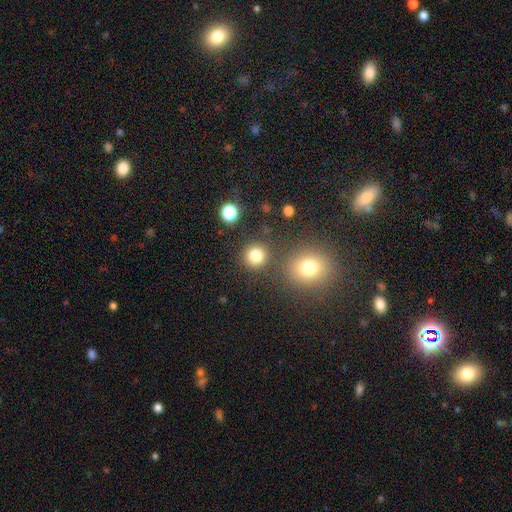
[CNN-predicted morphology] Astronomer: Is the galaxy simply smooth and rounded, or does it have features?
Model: smooth — 81%.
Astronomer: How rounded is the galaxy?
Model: round — 91%.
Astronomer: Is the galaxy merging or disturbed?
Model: none — 80%.